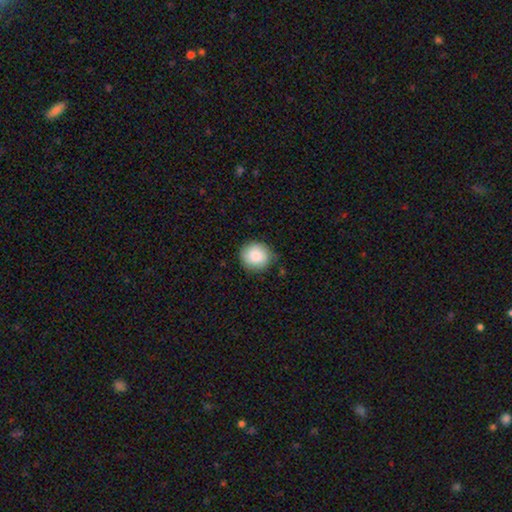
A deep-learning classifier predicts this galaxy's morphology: A smooth galaxy with no disk features (87%) that is round (88%). Merging: none (81%).